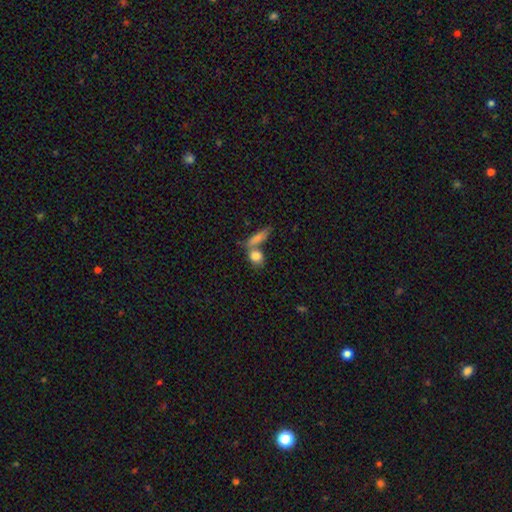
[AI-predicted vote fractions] smooth-or-featured: smooth: 82% | featured or disk: 10% | star or artifact: 8%
  how-rounded: in between: 53% | round: 36% | cigar-shaped: 11%
  merging: none: 47% | merger: 37% | minor disturbance: 11% | major disturbance: 5%